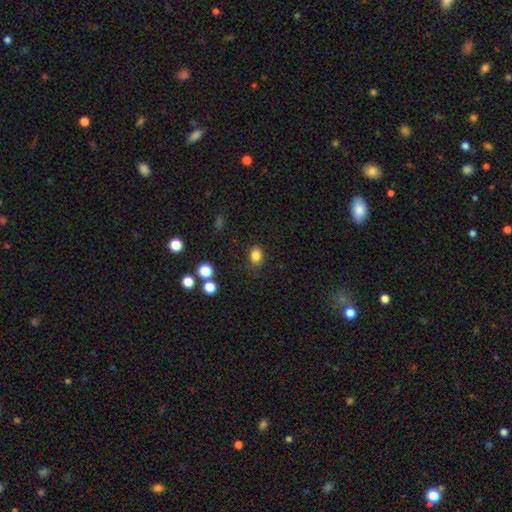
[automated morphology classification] Smooth or featured? smooth (83%)
How rounded? in between (63%)
Merging? none (80%)